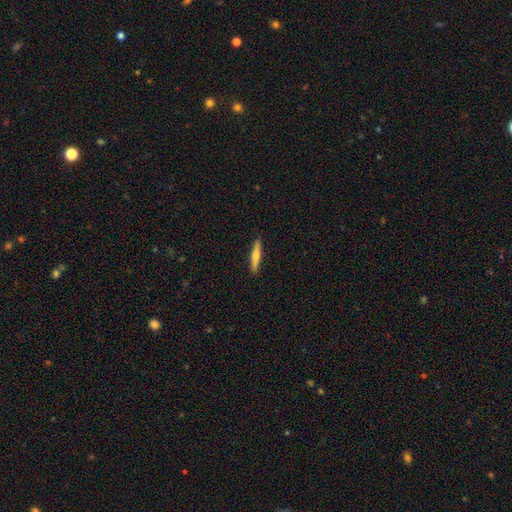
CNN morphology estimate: This appears to be a smooth galaxy with no disk features (52%) that is cigar-shaped (91%). Merging: none (91%).